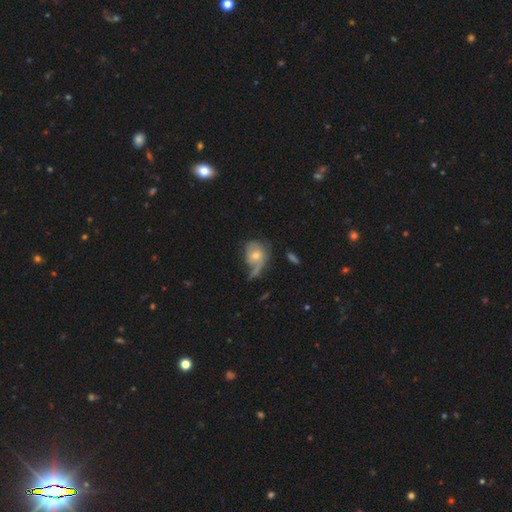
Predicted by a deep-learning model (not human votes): This is possibly a smooth galaxy (49%). Merging: marginally major disturbance (32%).